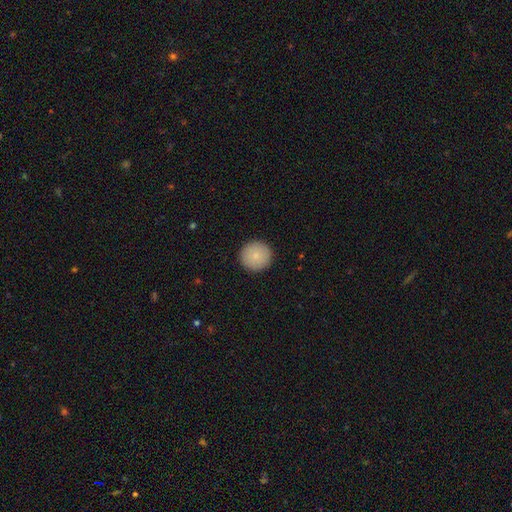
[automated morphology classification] smooth_or_featured: smooth (p=0.85) [alt: featured or disk p=0.08]
how_rounded: round (p=0.95) [alt: in between p=0.04]
merging: none (p=0.92) [alt: minor disturbance p=0.05]